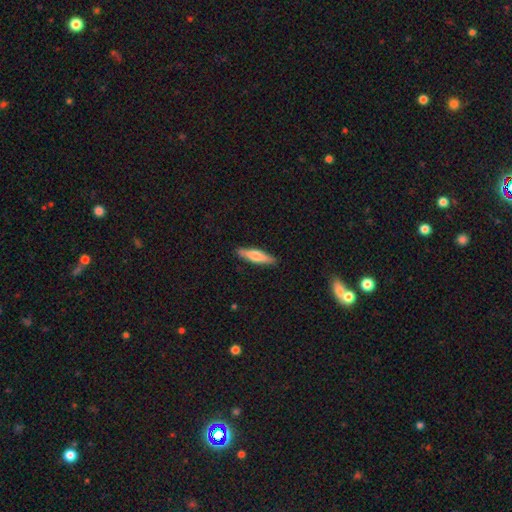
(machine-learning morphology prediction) Overall: smooth (65%; featured or disk 30%). How rounded: cigar-shaped (75%). Merging: none (89%).